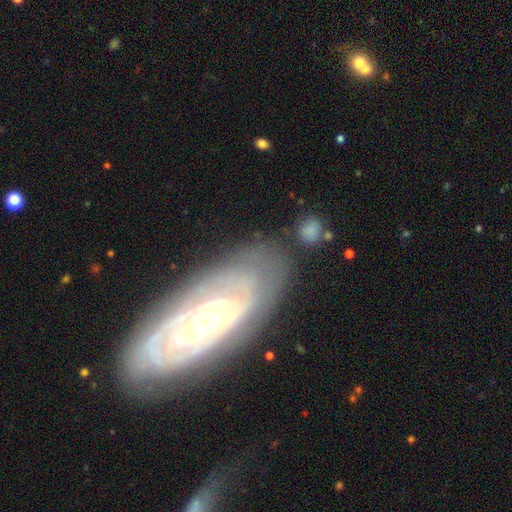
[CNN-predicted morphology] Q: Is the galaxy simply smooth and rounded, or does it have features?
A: featured or disk — 67%.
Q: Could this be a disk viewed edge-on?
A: no — 90%.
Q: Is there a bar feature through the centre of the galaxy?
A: no — 69%.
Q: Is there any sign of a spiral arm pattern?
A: yes — 73%.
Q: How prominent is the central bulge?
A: moderate — 54%.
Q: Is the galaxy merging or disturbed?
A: none — 66%.